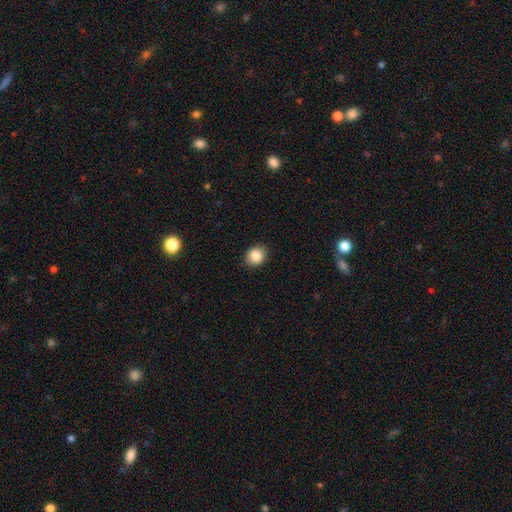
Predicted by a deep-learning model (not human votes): Morphology: type=smooth (86%); roundness=round (56%); merging=none (89%).